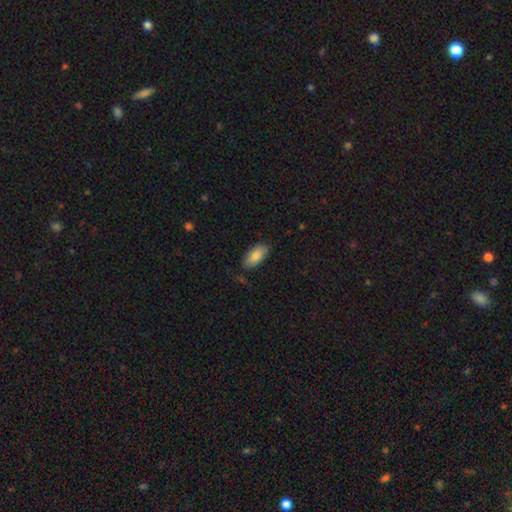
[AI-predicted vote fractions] smooth 82%, featured or disk 11%, star or artifact 7%. Down the decision tree: how rounded — in between (92%); merging — none (78%).